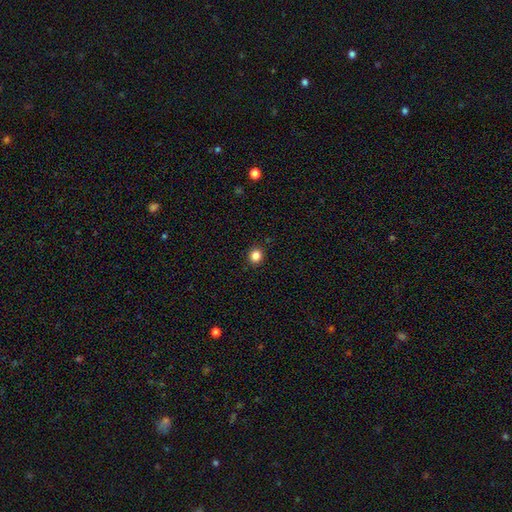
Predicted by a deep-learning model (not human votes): This is clearly a smooth galaxy (84%). How rounded: clearly round (82%). Merging: clearly none (91%).